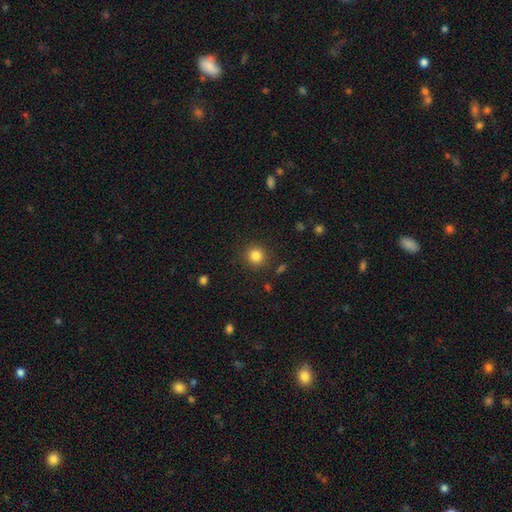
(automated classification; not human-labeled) The model was most divided on "smooth or featured": smooth: 83%, star or artifact: 12%, featured or disk: 5%. More confident: how rounded — round (93%); merging — none (89%).